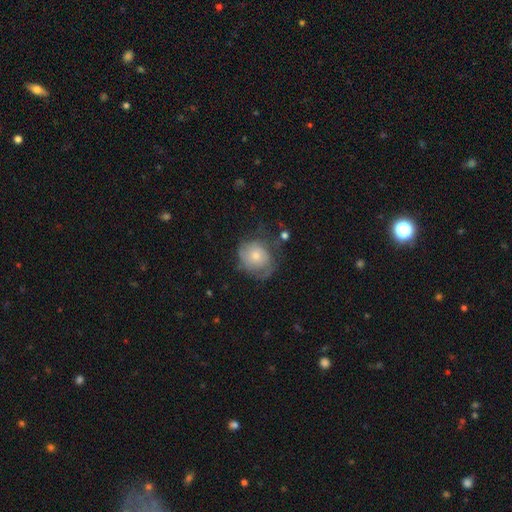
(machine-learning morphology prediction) Smooth or featured: smooth — 48% (featured or disk — 45%)
Merging: none — 45% (minor disturbance — 29%)